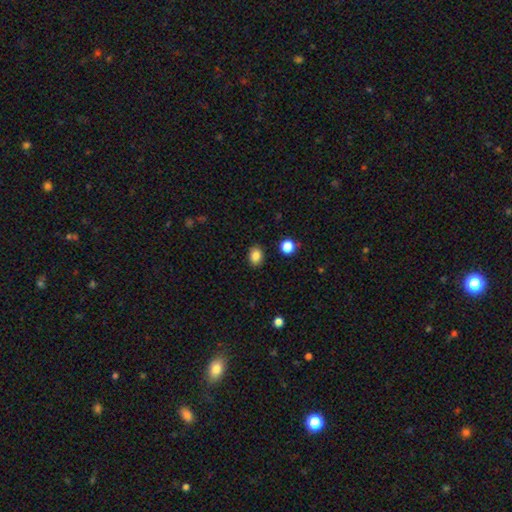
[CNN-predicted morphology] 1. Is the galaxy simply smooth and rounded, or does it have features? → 85% smooth, 10% star or artifact, 5% featured or disk.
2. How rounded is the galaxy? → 59% in between, 40% round, 1% cigar-shaped.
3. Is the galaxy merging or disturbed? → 88% none, 8% minor disturbance, 2% major disturbance, 2% merger.